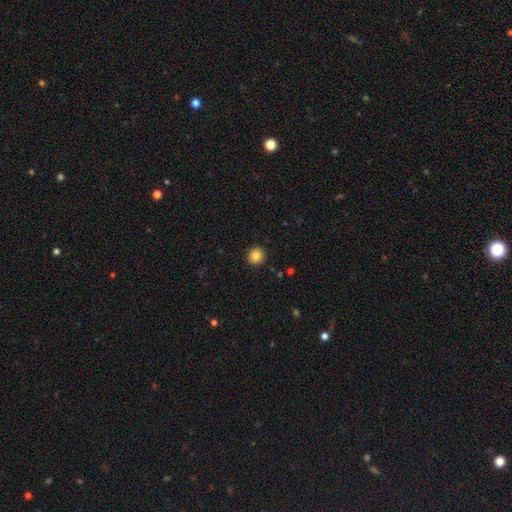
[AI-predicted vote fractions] A smooth galaxy with no disk features (85%) that is round (91%).

Vote fractions:
- Smooth or featured? smooth: 85% / star or artifact: 10% / featured or disk: 5%
- How rounded? round: 91% / in between: 8% / cigar-shaped: 1%
- Merging? none: 92% / minor disturbance: 5% / major disturbance: 2% / merger: 1%